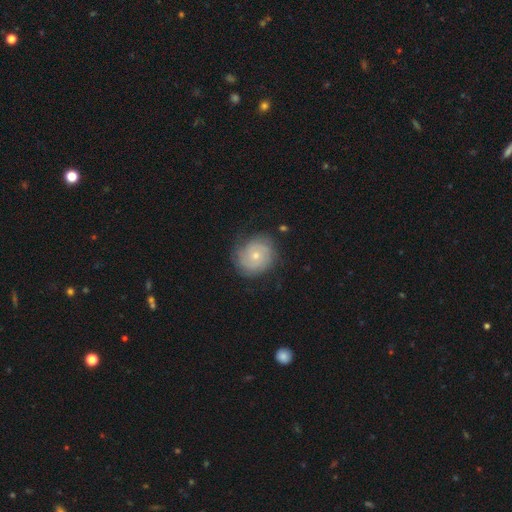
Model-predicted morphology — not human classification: smooth_or_featured: featured or disk (p=0.64) [alt: smooth p=0.29]
disk_edge_on: no (p=0.98) [alt: yes p=0.02]
bar: no (p=0.81) [alt: weak p=0.16]
has_spiral_arms: yes (p=0.87) [alt: no p=0.13]
spiral_winding: tight (p=0.68) [alt: medium p=0.24]
spiral_arm_count: can't tell (p=0.37) [alt: 2 p=0.30]
bulge_size: small (p=0.55) [alt: moderate p=0.42]
merging: none (p=0.76) [alt: minor disturbance p=0.17]